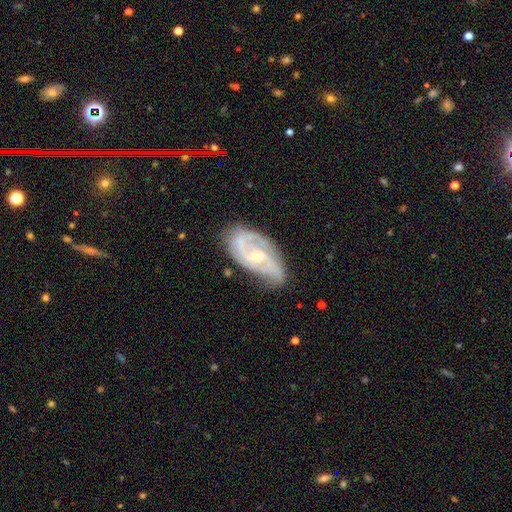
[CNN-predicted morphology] Smooth or featured?
  - featured or disk: 84% *
  - smooth: 10%
  - star or artifact: 6%
Edge-on disk?
  - no: 95% *
  - yes: 5%
Bar?
  - weak: 46% *
  - no: 45%
  - strong: 9%
Spiral arms?
  - yes: 95% *
  - no: 5%
Spiral winding?
  - medium: 48% *
  - tight: 36%
  - loose: 17%
Spiral arm count?
  - 2: 59% *
  - 3: 16%
  - can't tell: 15%
  - 1: 4%
  - 4: 3%
  - more than 4: 3%
Bulge size?
  - small: 53% *
  - moderate: 40%
  - none: 4%
  - large: 2%
  - dominant: 1%
Merging?
  - none: 63% *
  - minor disturbance: 26%
  - major disturbance: 9%
  - merger: 2%